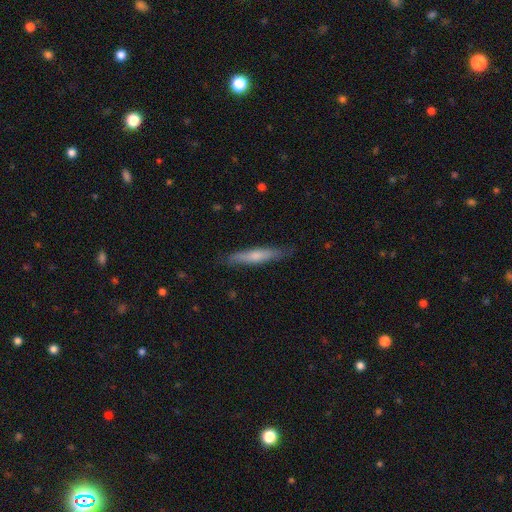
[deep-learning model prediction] smooth-or-featured: smooth: 59% | featured or disk: 35% | star or artifact: 6%
  how-rounded: cigar-shaped: 91% | in between: 8% | round: 1%
  merging: none: 81% | minor disturbance: 15% | major disturbance: 3% | merger: 1%